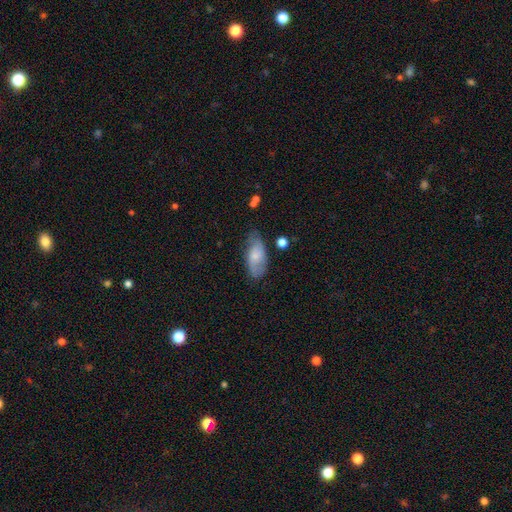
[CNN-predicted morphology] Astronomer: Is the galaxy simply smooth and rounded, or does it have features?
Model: smooth — 59% (runner-up: featured or disk, 35%).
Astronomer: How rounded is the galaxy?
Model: in between — 89%.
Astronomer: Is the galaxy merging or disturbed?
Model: none — 65%.